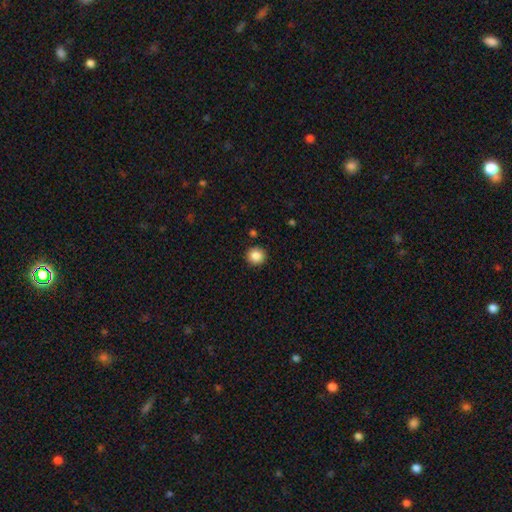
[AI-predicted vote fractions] The model was most divided on "smooth or featured": smooth: 87%, star or artifact: 10%, featured or disk: 4%. More confident: how rounded — round (94%); merging — none (92%).